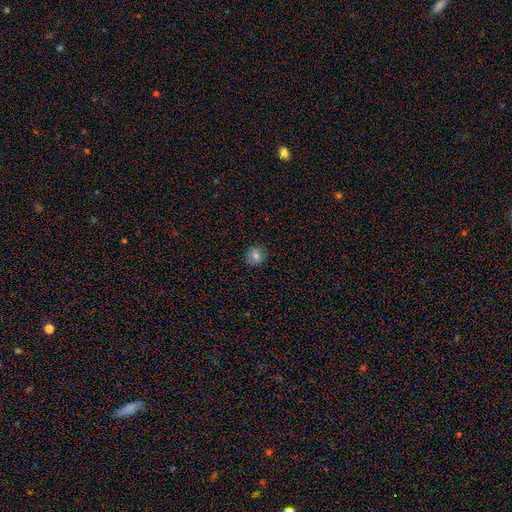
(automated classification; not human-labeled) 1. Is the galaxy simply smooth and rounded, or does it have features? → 79% smooth, 11% star or artifact, 10% featured or disk.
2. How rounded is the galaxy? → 88% round, 11% in between, 1% cigar-shaped.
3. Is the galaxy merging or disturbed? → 89% none, 8% minor disturbance, 2% major disturbance, 1% merger.